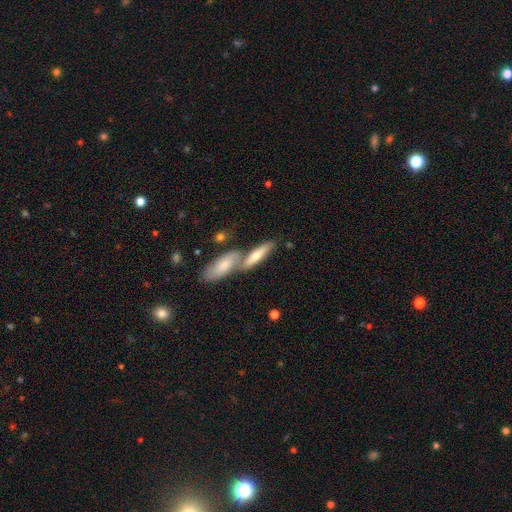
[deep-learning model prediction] Smooth or featured? smooth (59%)
How rounded? cigar-shaped (62%)
Merging? merger (45%)